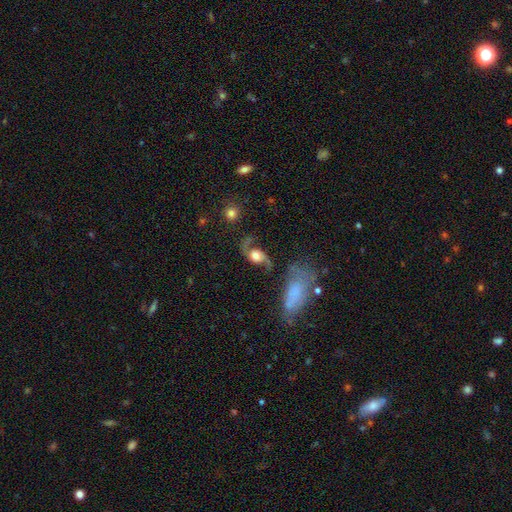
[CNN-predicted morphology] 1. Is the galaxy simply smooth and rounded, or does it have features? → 73% featured or disk, 19% smooth, 8% star or artifact.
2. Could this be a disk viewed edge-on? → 95% no, 5% yes.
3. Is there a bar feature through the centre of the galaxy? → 72% no, 22% weak, 6% strong.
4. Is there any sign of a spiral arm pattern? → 91% yes, 9% no.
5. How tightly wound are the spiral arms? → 71% loose, 22% medium, 6% tight.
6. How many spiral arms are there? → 89% 2, 6% 1, 2% can't tell, 1% 3, 1% 4, 1% more than 4.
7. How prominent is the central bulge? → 43% large, 41% moderate, 7% small, 6% dominant, 3% none.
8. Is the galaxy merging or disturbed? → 52% none, 20% major disturbance, 19% minor disturbance, 8% merger.